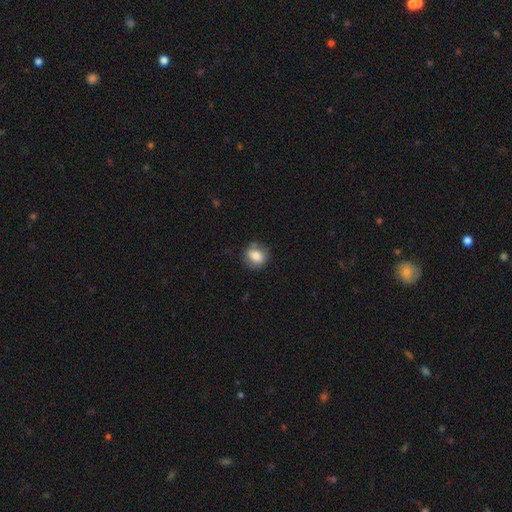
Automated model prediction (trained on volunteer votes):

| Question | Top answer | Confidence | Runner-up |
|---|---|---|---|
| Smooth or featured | smooth | 76% | featured or disk (15%) |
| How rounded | round | 71% | in between (28%) |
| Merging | none | 76% | minor disturbance (17%) |